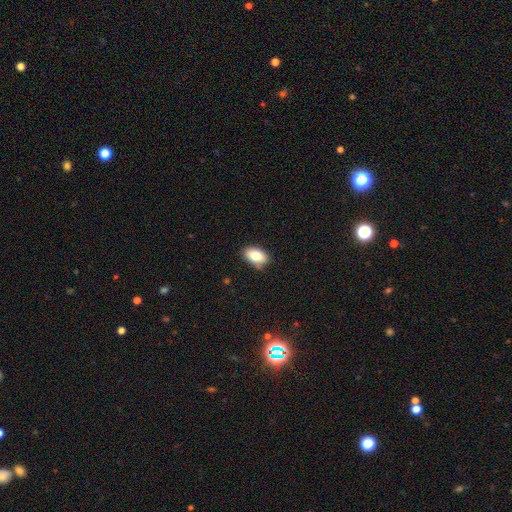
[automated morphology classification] This is clearly a smooth galaxy (81%). How rounded: clearly in between (90%). Merging: likely none (77%).